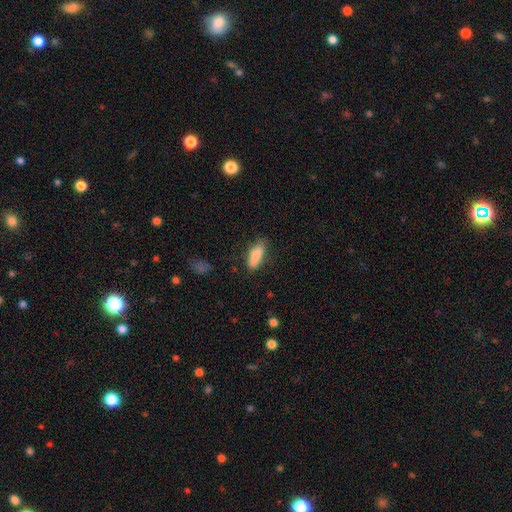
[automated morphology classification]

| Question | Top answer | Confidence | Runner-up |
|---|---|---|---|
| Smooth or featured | smooth | 85% | featured or disk (8%) |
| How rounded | in between | 67% | cigar-shaped (31%) |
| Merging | none | 68% | minor disturbance (22%) |